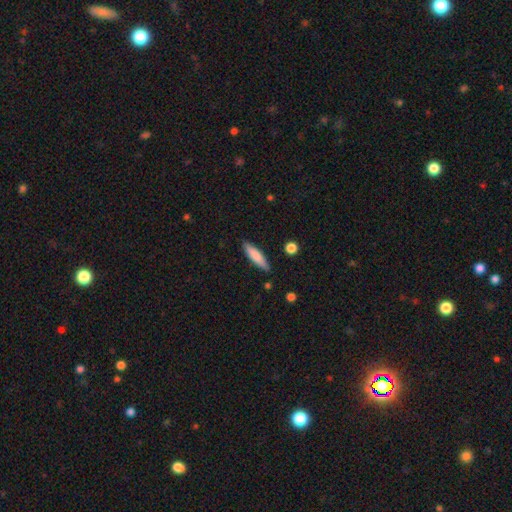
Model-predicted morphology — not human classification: This appears to be a smooth galaxy with no disk features (78%) that is cigar-shaped (74%). Merging: none (87%).